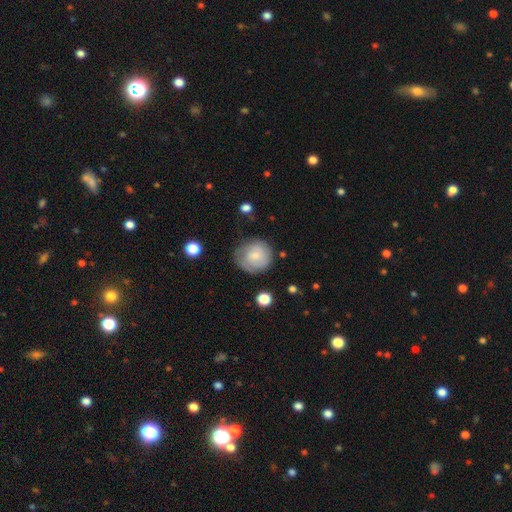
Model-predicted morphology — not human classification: A smooth galaxy with no disk features (57%) that is round (87%). Merging: none (68%).